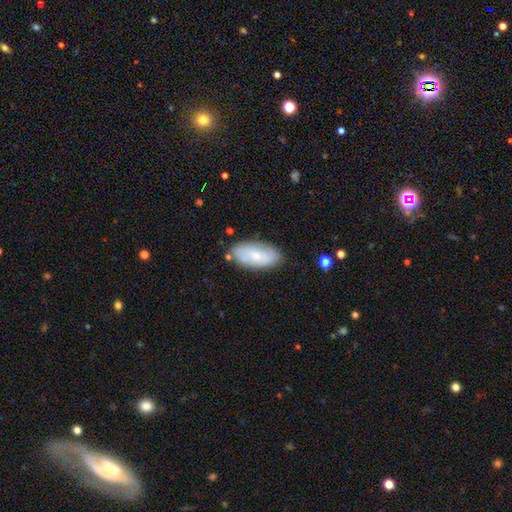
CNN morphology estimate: smooth-or-featured: smooth: 66% | featured or disk: 27% | star or artifact: 7%
  how-rounded: in between: 92% | cigar-shaped: 6% | round: 2%
  merging: none: 79% | minor disturbance: 15% | major disturbance: 3% | merger: 3%